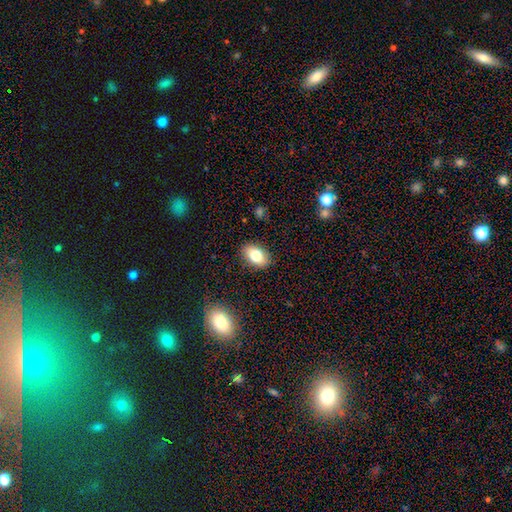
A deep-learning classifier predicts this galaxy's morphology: This appears to be a smooth galaxy with no disk features (78%) that is in between round and cigar-shaped (87%). Merging: none (87%).